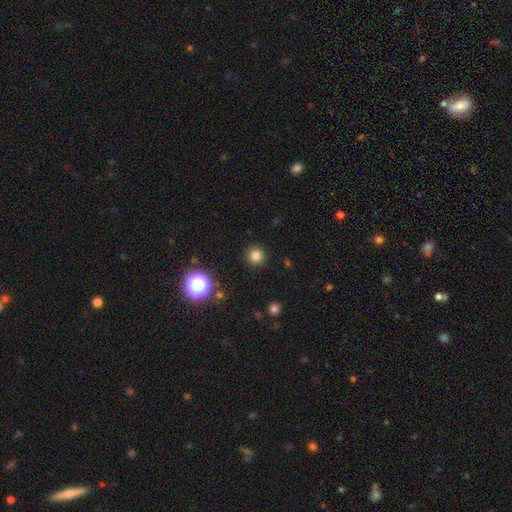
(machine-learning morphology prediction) type=smooth (80%); roundness=round (94%); merging=none (91%).